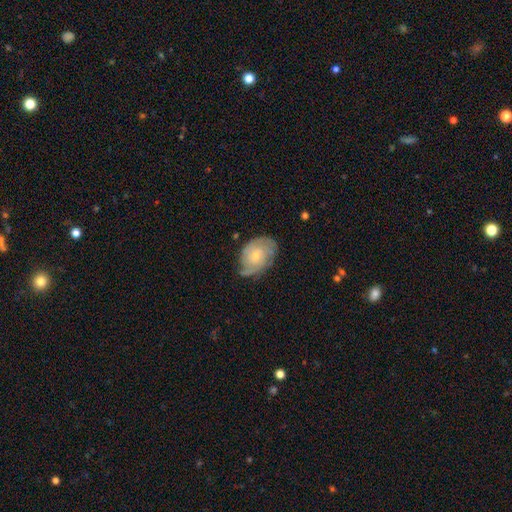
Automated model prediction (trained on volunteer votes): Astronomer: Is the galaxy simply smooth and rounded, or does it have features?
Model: featured or disk — 65%.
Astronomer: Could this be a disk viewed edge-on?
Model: no — 97%.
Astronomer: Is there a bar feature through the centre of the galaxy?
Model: no — 69%.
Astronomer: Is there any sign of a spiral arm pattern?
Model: yes — 87%.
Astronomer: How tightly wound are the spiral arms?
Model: tight — 54% (runner-up: medium, 33%).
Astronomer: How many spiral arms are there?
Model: can't tell — 39% (runner-up: 2, 32%).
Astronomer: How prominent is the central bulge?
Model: small — 63%.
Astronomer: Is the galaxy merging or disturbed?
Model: none — 59%.